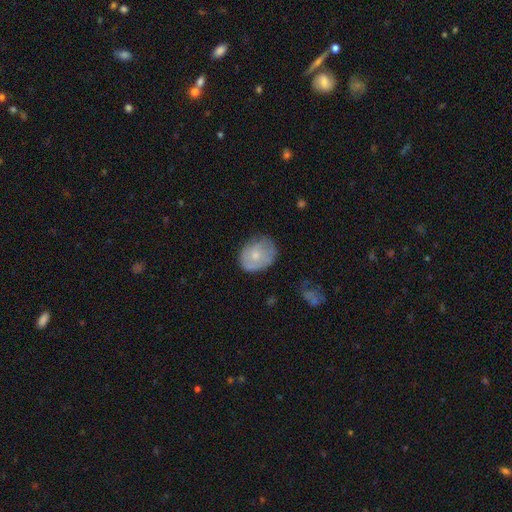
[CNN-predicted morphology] smooth-or-featured: smooth: 63% | featured or disk: 31% | star or artifact: 7%
  how-rounded: in between: 52% | round: 47% | cigar-shaped: 1%
  merging: none: 62% | minor disturbance: 28% | major disturbance: 8% | merger: 2%